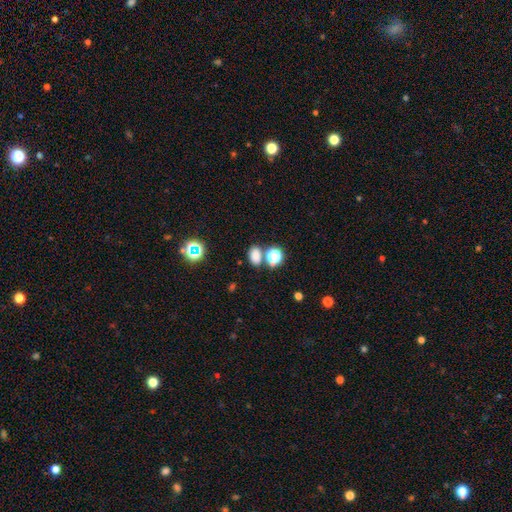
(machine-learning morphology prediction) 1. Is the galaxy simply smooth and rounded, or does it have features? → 76% smooth, 18% star or artifact, 6% featured or disk.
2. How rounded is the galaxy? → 76% in between, 22% round, 1% cigar-shaped.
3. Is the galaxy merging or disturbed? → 68% none, 17% merger, 11% minor disturbance, 4% major disturbance.